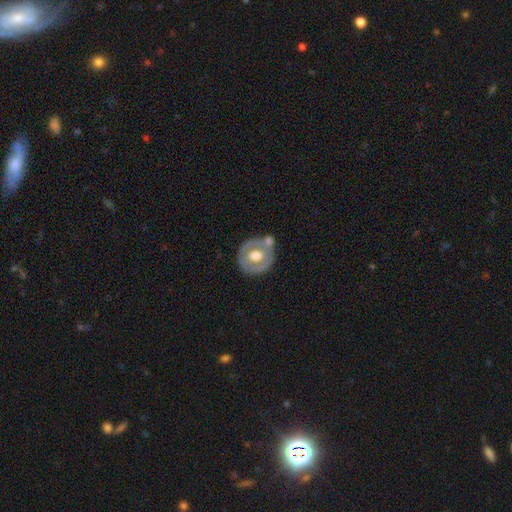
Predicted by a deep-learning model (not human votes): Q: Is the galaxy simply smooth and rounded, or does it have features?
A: featured or disk — 54%.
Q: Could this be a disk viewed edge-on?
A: no — 94%.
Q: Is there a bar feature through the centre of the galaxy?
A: no — 80%.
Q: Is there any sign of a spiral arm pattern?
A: no — 82%.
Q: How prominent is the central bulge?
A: moderate — 55%.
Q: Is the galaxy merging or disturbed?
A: none — 59%.